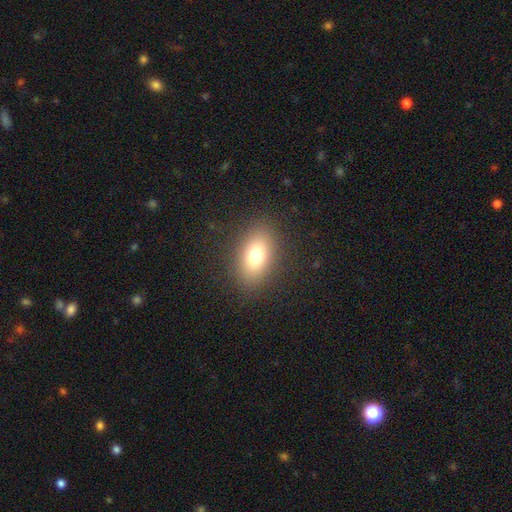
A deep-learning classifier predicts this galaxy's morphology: This appears to be a smooth galaxy with no disk features (75%) that is in between round and cigar-shaped (82%). Merging: none (86%).